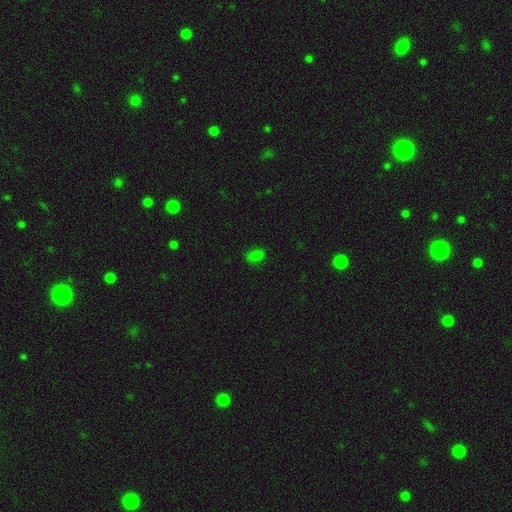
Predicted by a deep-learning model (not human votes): Smooth or featured?
  - smooth: 77% *
  - star or artifact: 19%
  - featured or disk: 5%
How rounded?
  - in between: 81% *
  - round: 17%
  - cigar-shaped: 2%
Merging?
  - none: 81% *
  - minor disturbance: 14%
  - major disturbance: 3%
  - merger: 1%